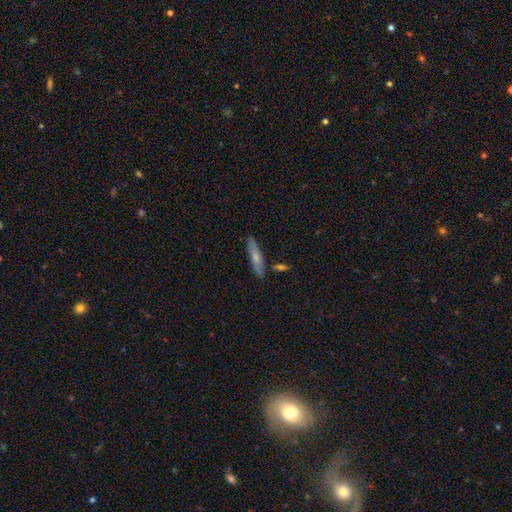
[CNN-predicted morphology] This appears to be a smooth galaxy with no disk features (50%). Merging: none (82%).